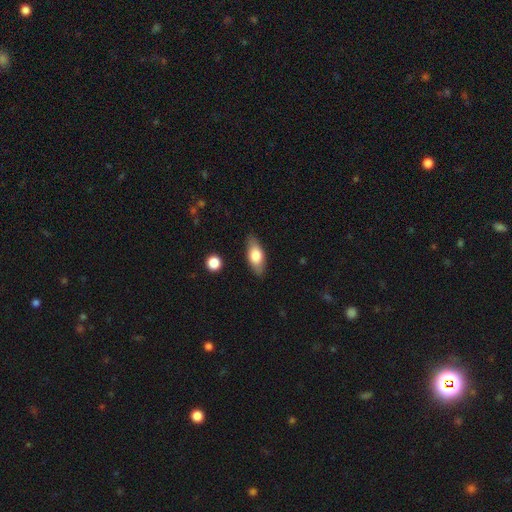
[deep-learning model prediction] smooth_or_featured: smooth (p=0.71) [alt: featured or disk p=0.22]
how_rounded: in between (p=0.81) [alt: cigar-shaped p=0.16]
merging: none (p=0.83) [alt: minor disturbance p=0.13]